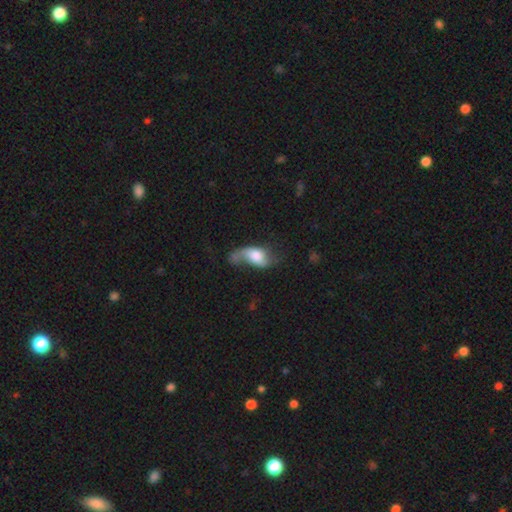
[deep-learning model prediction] A smooth galaxy with no disk features (58%) that is in between round and cigar-shaped (84%).

Vote fractions:
- Smooth or featured? smooth: 58% / featured or disk: 34% / star or artifact: 8%
- How rounded? in between: 84% / round: 9% / cigar-shaped: 7%
- Merging? major disturbance: 38% / none: 25% / minor disturbance: 25% / merger: 12%